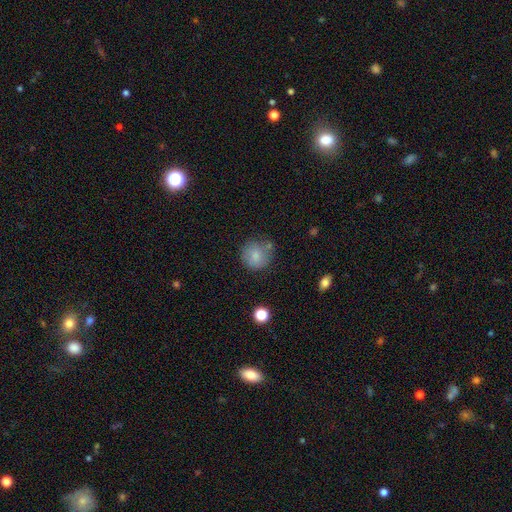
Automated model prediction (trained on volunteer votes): smooth 81%, featured or disk 10%, star or artifact 9%. Down the decision tree: how rounded — round (91%); merging — none (66%).